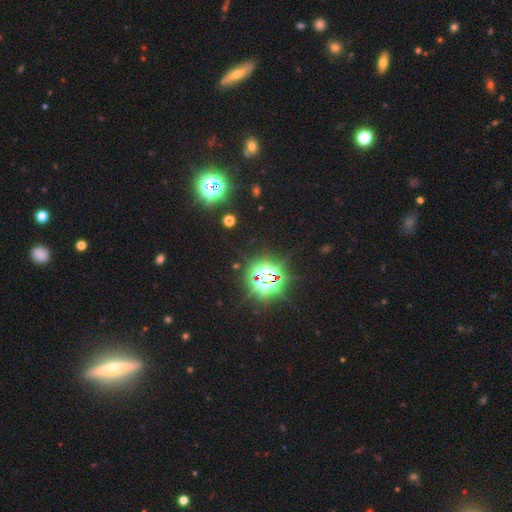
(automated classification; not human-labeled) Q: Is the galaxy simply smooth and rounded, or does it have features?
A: star or artifact — 69%.